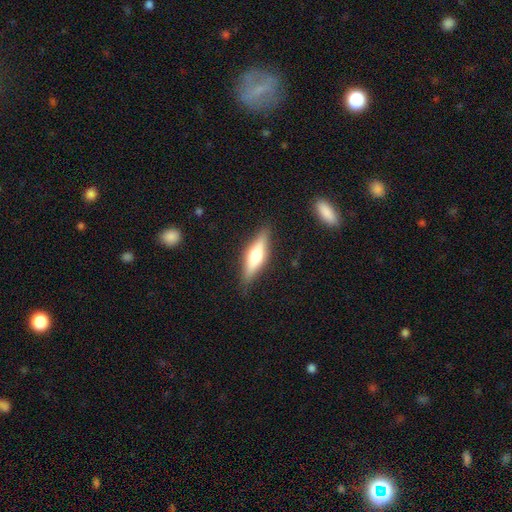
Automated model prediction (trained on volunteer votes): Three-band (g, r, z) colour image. It shows a featured or disk galaxy (52%) viewed edge-on (92%). Merging: none (86%).